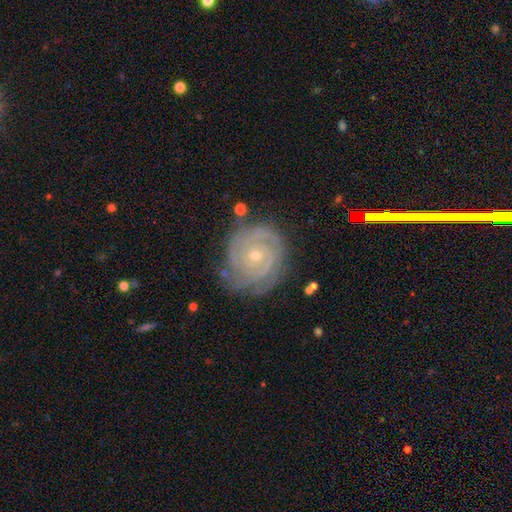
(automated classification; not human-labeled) A featured or disk galaxy (89%) with no bar (77%), 2 (32%) tight (81%) spiral arms (98%) and a small central bulge (72%).

Vote fractions:
- Smooth or featured? featured or disk: 89% / smooth: 6% / star or artifact: 5%
- Edge-on disk? no: 98% / yes: 2%
- Bar? no: 77% / weak: 18% / strong: 5%
- Spiral arms? yes: 98% / no: 2%
- Spiral winding? tight: 81% / medium: 17% / loose: 3%
- Spiral arm count? 2: 32% / 3: 30% / can't tell: 17% / 4: 11% / more than 4: 5% / 1: 5%
- Bulge size? small: 72% / moderate: 25% / none: 1% / large: 1% / dominant: 1%
- Merging? none: 76% / minor disturbance: 17% / major disturbance: 5% / merger: 2%